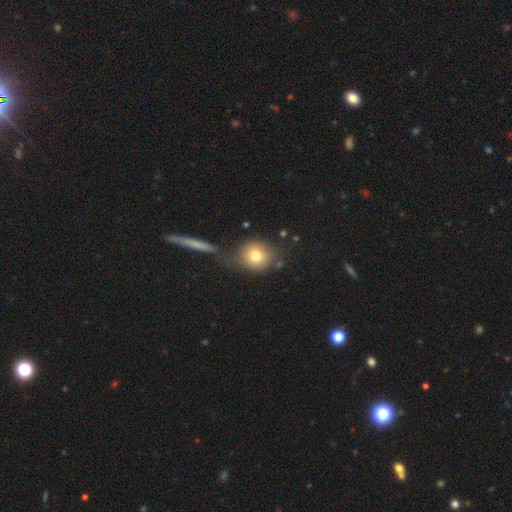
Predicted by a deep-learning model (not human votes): This is likely a smooth galaxy (78%). How rounded: likely round (79%). Merging: likely none (63%).